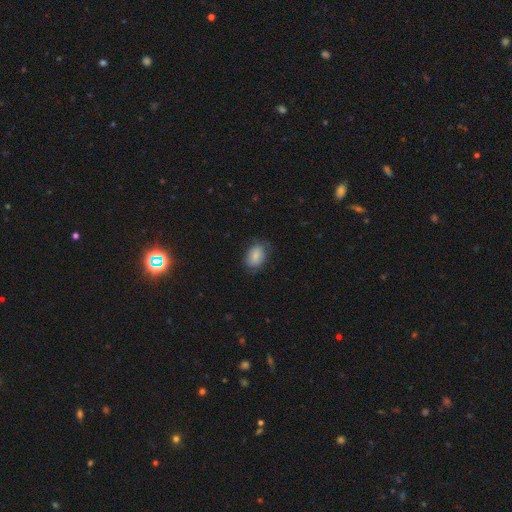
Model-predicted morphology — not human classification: This is clearly a smooth galaxy (80%). How rounded: likely in between (77%). Merging: likely none (71%).